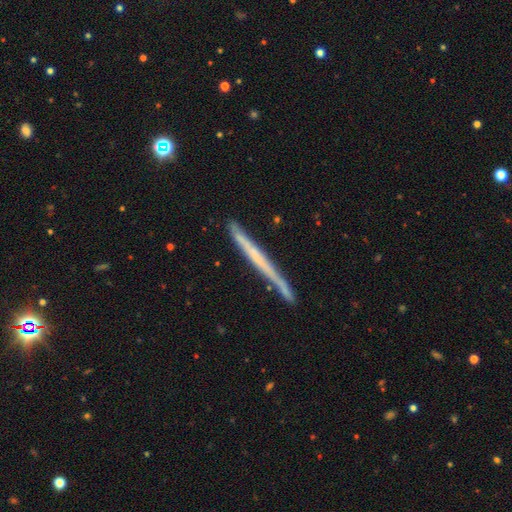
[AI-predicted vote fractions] Morphology: type=featured or disk (58%); edge-on=yes (96%); edge-on bulge=none (86%); merging=none (81%).